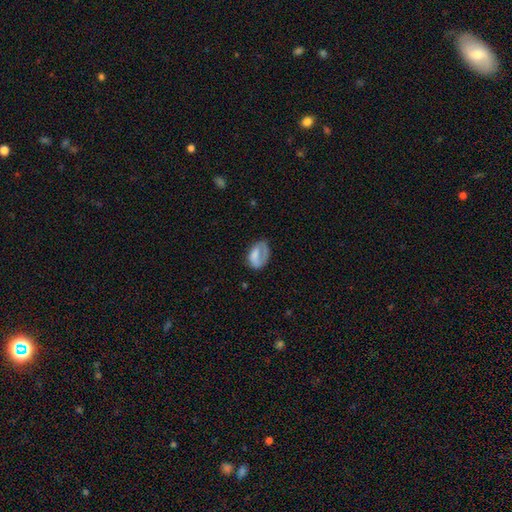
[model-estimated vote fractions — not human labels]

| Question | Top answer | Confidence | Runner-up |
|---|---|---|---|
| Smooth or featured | smooth | 61% | featured or disk (31%) |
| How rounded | in between | 84% | round (14%) |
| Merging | none | 44% | major disturbance (28%) |